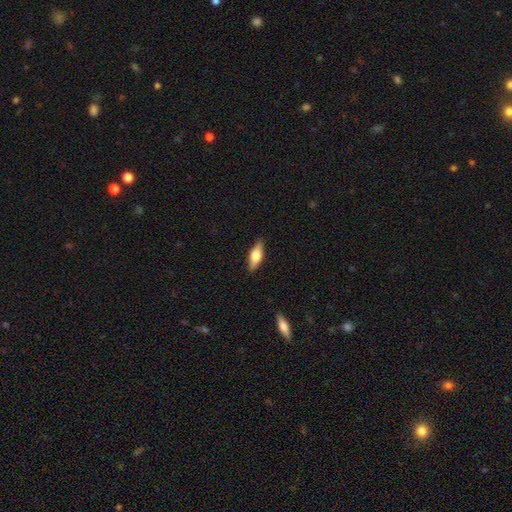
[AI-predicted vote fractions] Morphology: type=smooth (59%); roundness=in between (66%); merging=none (87%).